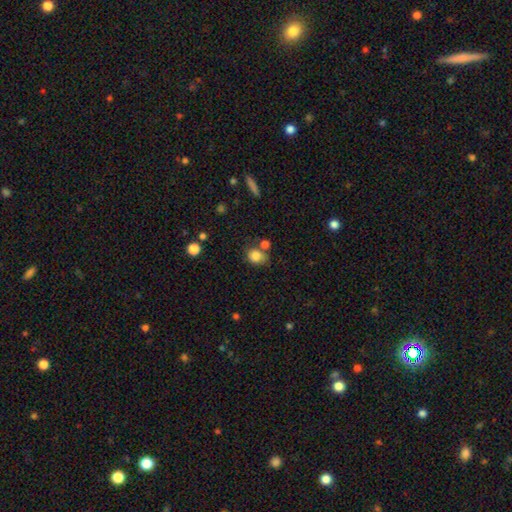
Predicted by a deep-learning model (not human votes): Q: Smooth or featured?
A: smooth (83%); runner-up: star or artifact (10%)
Q: How rounded?
A: round (60%); runner-up: in between (39%)
Q: Merging?
A: none (56%); runner-up: merger (19%)